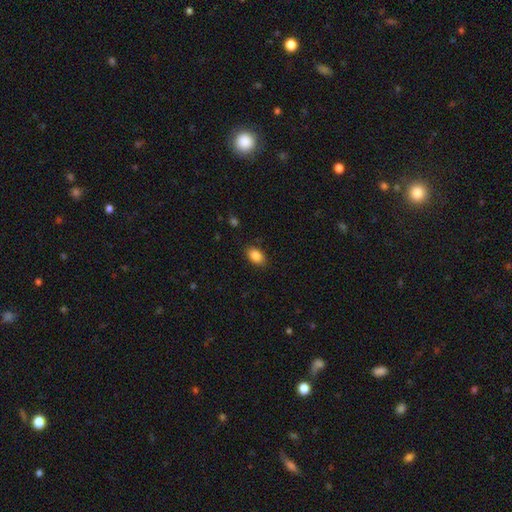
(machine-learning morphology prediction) smooth_or_featured: smooth (p=0.87) [alt: star or artifact p=0.08]
how_rounded: in between (p=0.86) [alt: round p=0.13]
merging: none (p=0.87) [alt: minor disturbance p=0.10]